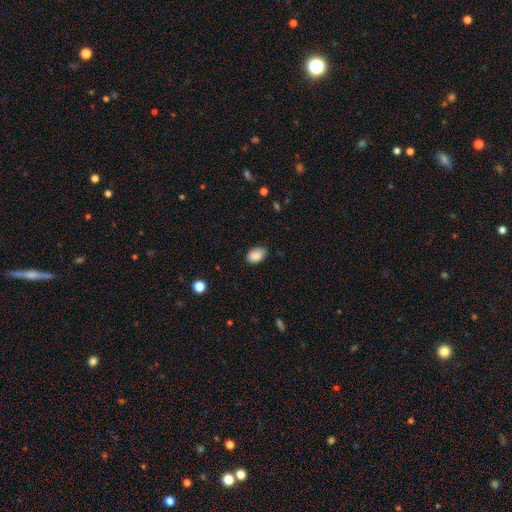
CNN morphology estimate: This is clearly a smooth galaxy (88%). How rounded: clearly in between (87%). Merging: likely none (77%).